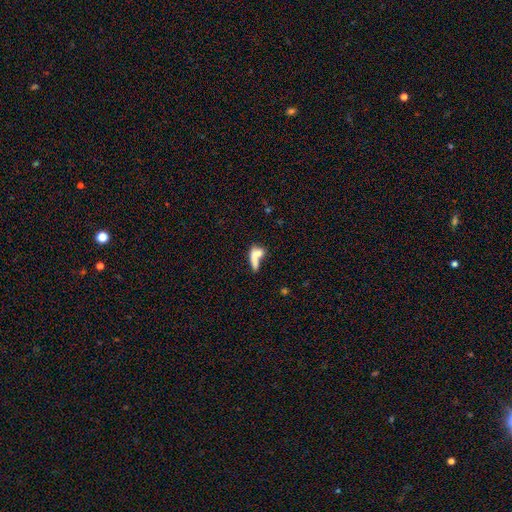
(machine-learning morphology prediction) smooth-or-featured: smooth: 66% | featured or disk: 24% | star or artifact: 10%
  how-rounded: in between: 48% | cigar-shaped: 37% | round: 14%
  merging: merger: 50% | none: 26% | major disturbance: 13% | minor disturbance: 11%